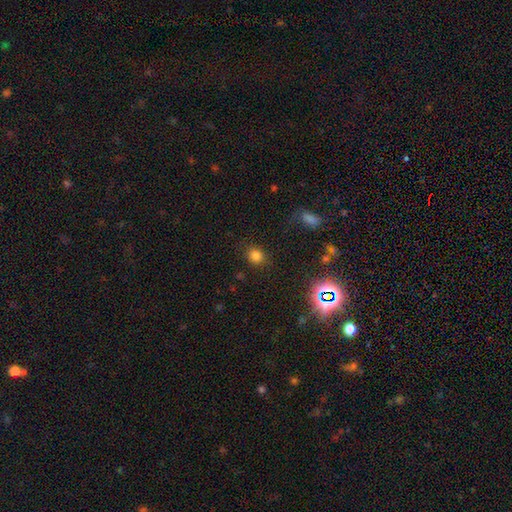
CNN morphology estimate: A smooth galaxy with no disk features (79%) that is round (78%).

Vote fractions:
- Smooth or featured? smooth: 79% / star or artifact: 16% / featured or disk: 5%
- How rounded? round: 78% / in between: 21% / cigar-shaped: 1%
- Merging? none: 85% / minor disturbance: 9% / major disturbance: 4% / merger: 2%